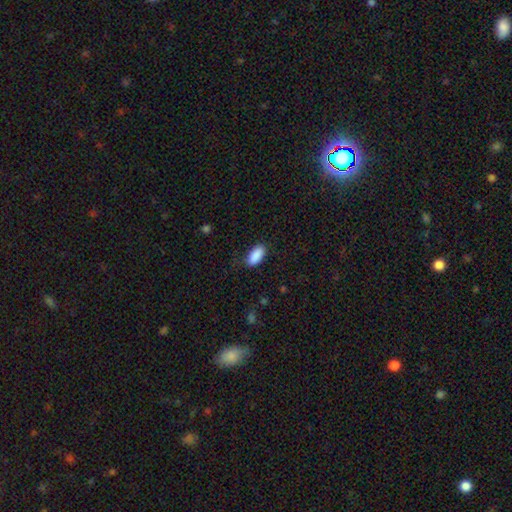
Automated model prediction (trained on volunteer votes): Smooth or featured: smooth — 90% (star or artifact — 7%)
How rounded: in between — 90% (cigar-shaped — 8%)
Merging: none — 81% (minor disturbance — 14%)